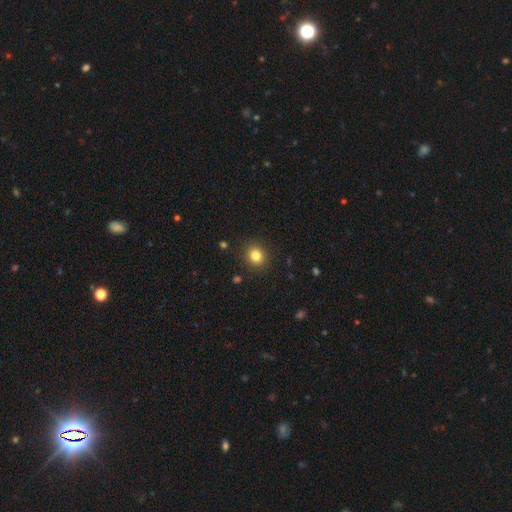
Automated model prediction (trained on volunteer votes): smooth-or-featured: smooth: 82% | star or artifact: 12% | featured or disk: 6%
  how-rounded: round: 80% | in between: 19% | cigar-shaped: 1%
  merging: none: 90% | minor disturbance: 7% | major disturbance: 2% | merger: 1%